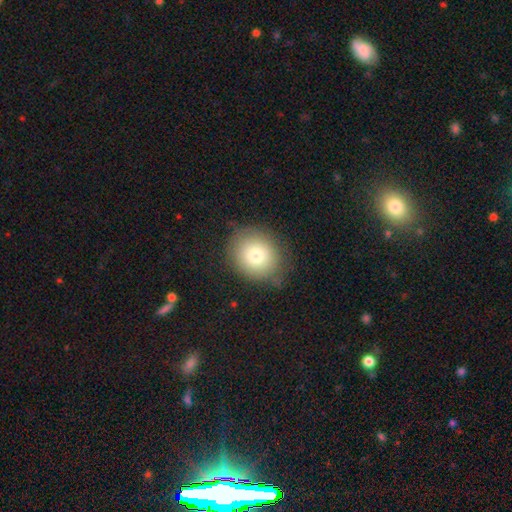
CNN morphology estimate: Smooth or featured?
  - smooth: 77% *
  - featured or disk: 12%
  - star or artifact: 11%
How rounded?
  - round: 76% *
  - in between: 23%
  - cigar-shaped: 1%
Merging?
  - none: 77% *
  - minor disturbance: 17%
  - major disturbance: 5%
  - merger: 2%